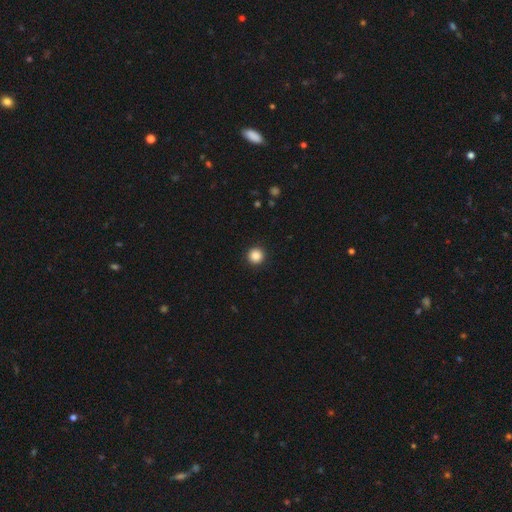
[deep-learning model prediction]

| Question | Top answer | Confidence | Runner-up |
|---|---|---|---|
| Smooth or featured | smooth | 87% | star or artifact (10%) |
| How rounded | round | 96% | in between (3%) |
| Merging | none | 93% | minor disturbance (4%) |